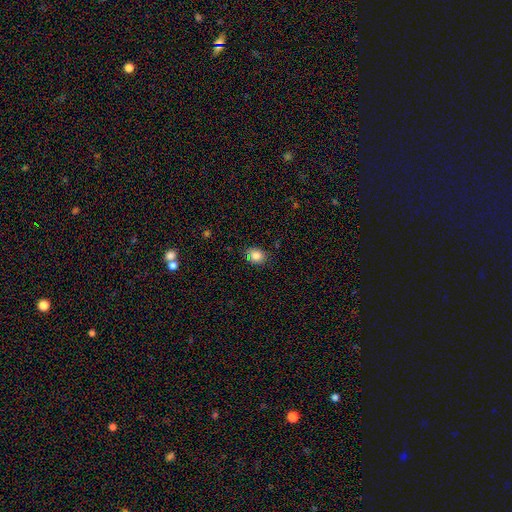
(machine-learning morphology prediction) smooth_or_featured: smooth (p=0.83) [alt: star or artifact p=0.11]
how_rounded: round (p=0.54) [alt: in between p=0.45]
merging: none (p=0.80) [alt: minor disturbance p=0.14]